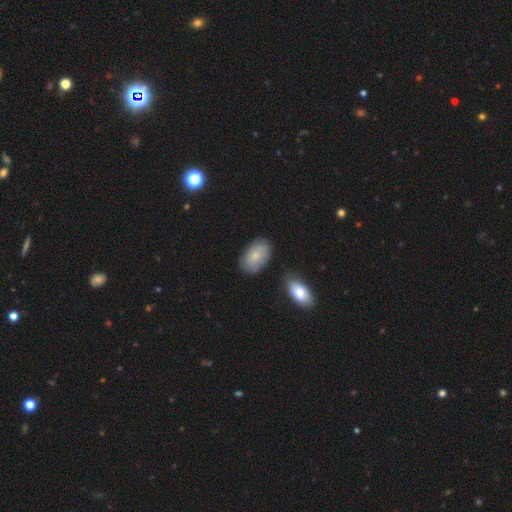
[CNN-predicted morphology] This appears to be a smooth galaxy with no disk features (78%) that is in between round and cigar-shaped (93%). Merging: none (75%).